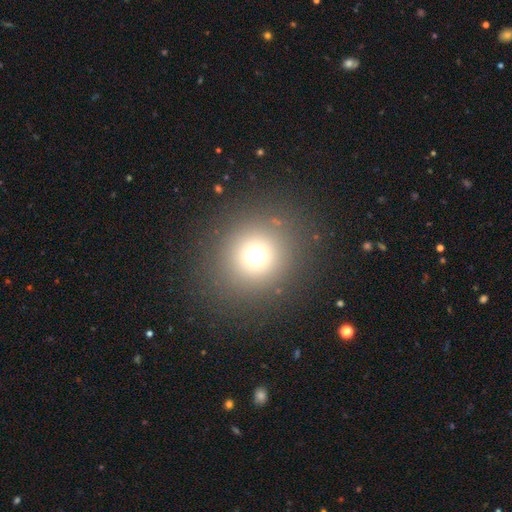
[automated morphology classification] type=smooth (68%); roundness=round (93%); merging=none (87%).